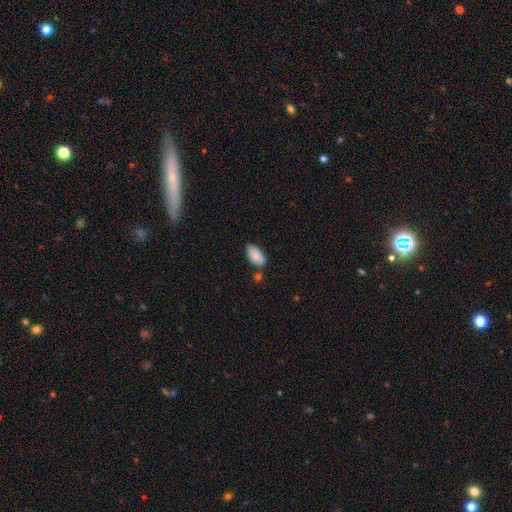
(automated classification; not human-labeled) smooth 85%, featured or disk 8%, star or artifact 7%. Down the decision tree: how rounded — in between (94%); merging — none (65%).